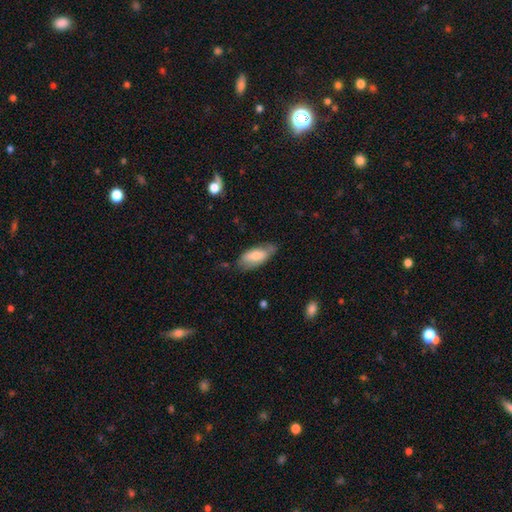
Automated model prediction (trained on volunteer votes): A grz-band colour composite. It shows a smooth galaxy with no disk features (69%) that is in between round and cigar-shaped (85%). Merging: none (61%).